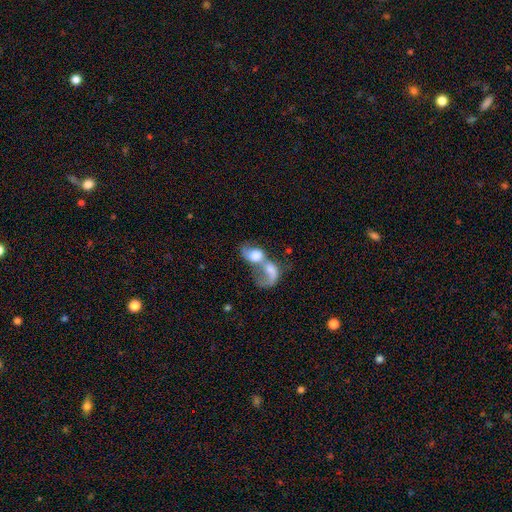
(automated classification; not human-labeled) smooth-or-featured: smooth: 48% | featured or disk: 43% | star or artifact: 9%
  merging: merger: 79% | major disturbance: 11% | none: 6% | minor disturbance: 3%